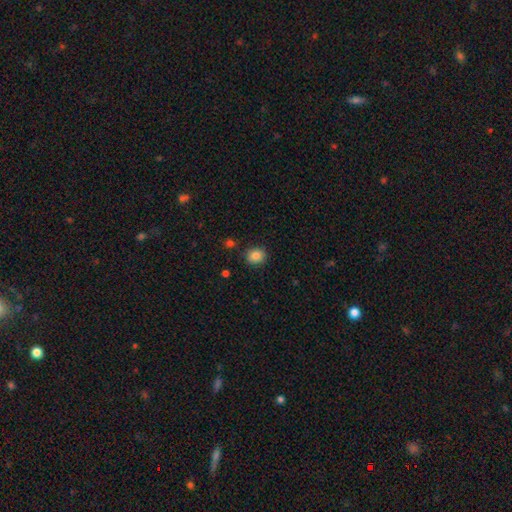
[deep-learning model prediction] Smooth or featured? smooth (84%)
How rounded? round (76%)
Merging? none (87%)